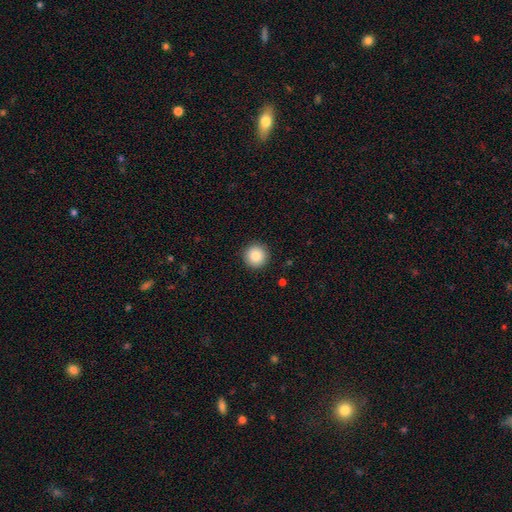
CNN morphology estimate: This is clearly a smooth galaxy (87%). How rounded: clearly round (96%). Merging: clearly none (92%).